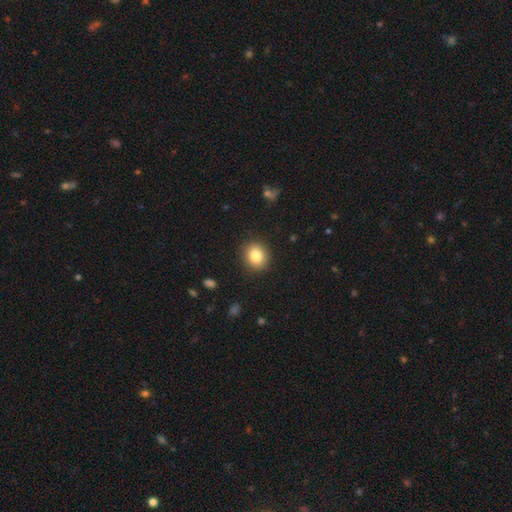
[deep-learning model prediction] Q: Smooth or featured?
A: smooth (84%); runner-up: star or artifact (9%)
Q: How rounded?
A: round (69%); runner-up: in between (30%)
Q: Merging?
A: none (89%); runner-up: minor disturbance (7%)